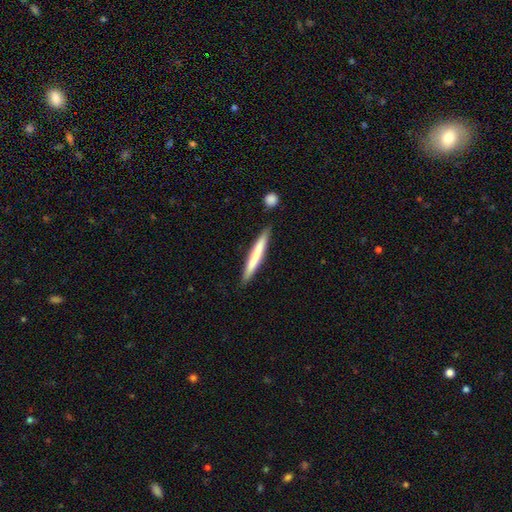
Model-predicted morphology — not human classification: smooth_or_featured: smooth (p=0.66) [alt: featured or disk p=0.29]
how_rounded: cigar-shaped (p=0.96) [alt: in between p=0.03]
merging: none (p=0.86) [alt: minor disturbance p=0.09]